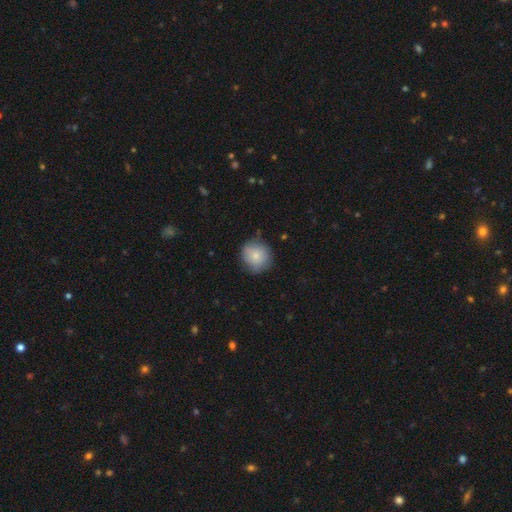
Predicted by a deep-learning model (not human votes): Morphology: type=smooth (79%); roundness=round (87%); merging=none (75%).